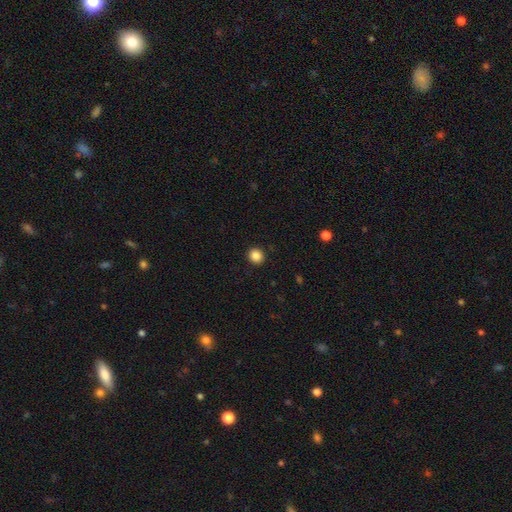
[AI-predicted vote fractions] Smooth or featured? smooth (86%)
How rounded? round (85%)
Merging? none (92%)